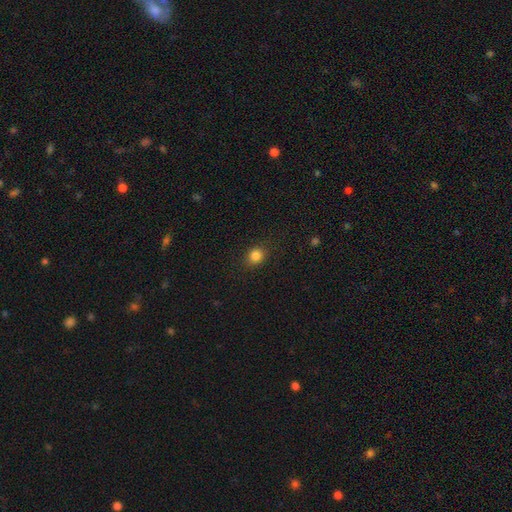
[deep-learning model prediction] smooth 84%, star or artifact 12%, featured or disk 4%. Down the decision tree: how rounded — round (77%); merging — none (88%).